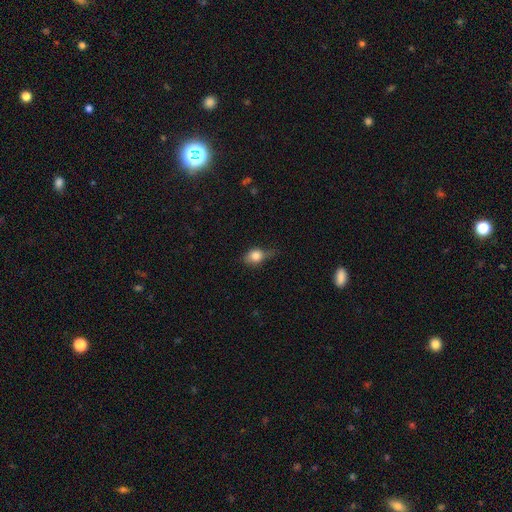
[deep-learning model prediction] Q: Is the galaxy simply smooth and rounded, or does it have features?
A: smooth — 77%.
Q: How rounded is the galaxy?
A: in between — 55%.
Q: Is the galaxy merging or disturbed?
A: none — 44%.